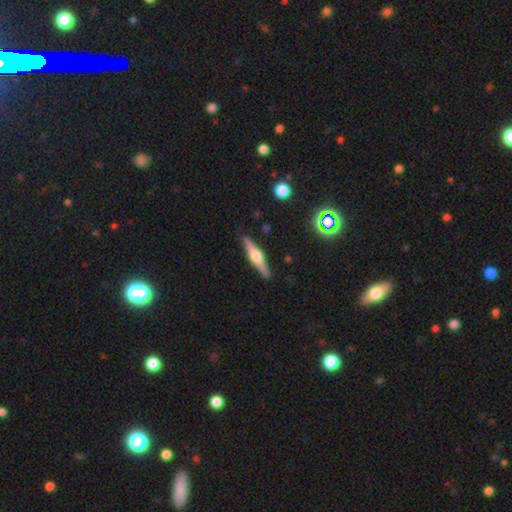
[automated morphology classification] smooth-or-featured: featured or disk: 70% | smooth: 23% | star or artifact: 6%
  disk-edge-on: yes: 97% | no: 3%
    edge-on-bulge: rounded: 92% | boxy: 6% | none: 2%
  merging: none: 90% | minor disturbance: 7% | major disturbance: 1% | merger: 1%